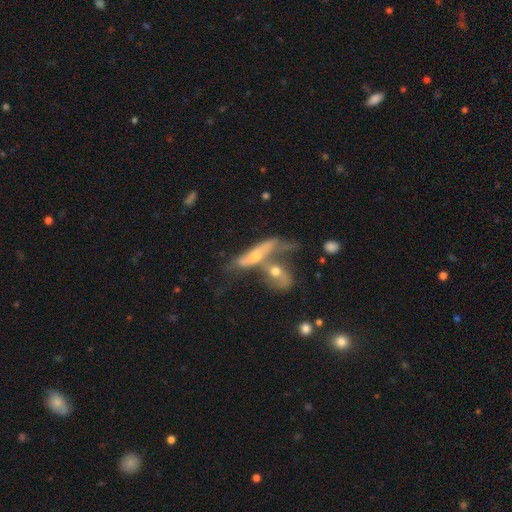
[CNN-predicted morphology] A featured or disk galaxy (60%) with not edge-on (50%, tied with yes). Merging: merger (63%).